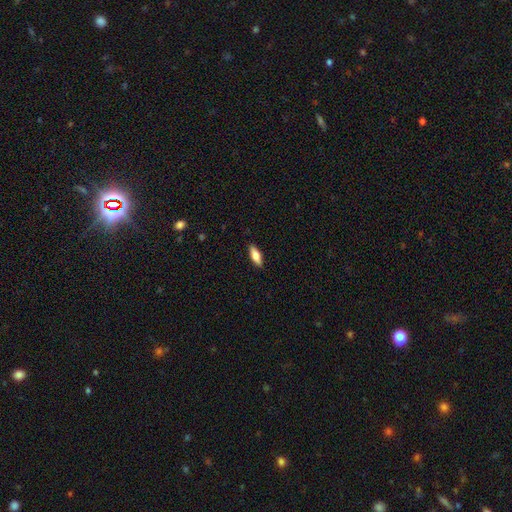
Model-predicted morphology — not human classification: Smooth or featured? Predicted: smooth (p=0.65). How rounded? Predicted: in between (p=0.64). Merging? Predicted: none (p=0.89).